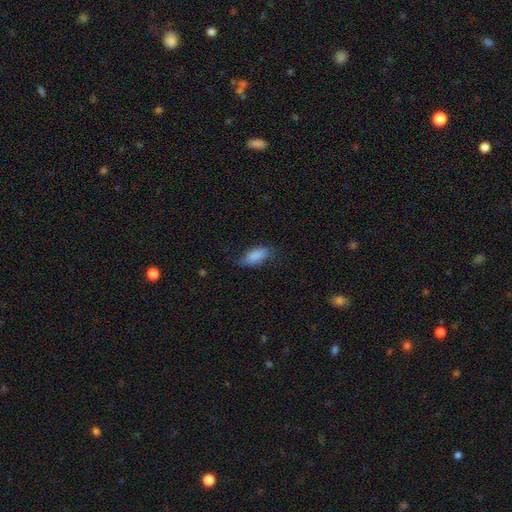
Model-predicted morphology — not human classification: smooth-or-featured: smooth: 86% | featured or disk: 8% | star or artifact: 7%
  how-rounded: in between: 87% | cigar-shaped: 11% | round: 2%
  merging: none: 66% | minor disturbance: 25% | major disturbance: 8% | merger: 1%